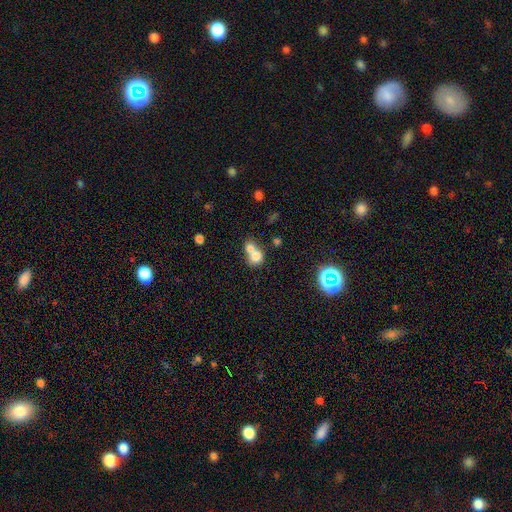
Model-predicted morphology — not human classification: A smooth galaxy with no disk features (74%) that is round (73%).

Vote fractions:
- Smooth or featured? smooth: 74% / featured or disk: 15% / star or artifact: 11%
- How rounded? round: 73% / in between: 26% / cigar-shaped: 1%
- Merging? merger: 67% / none: 25% / minor disturbance: 5% / major disturbance: 3%